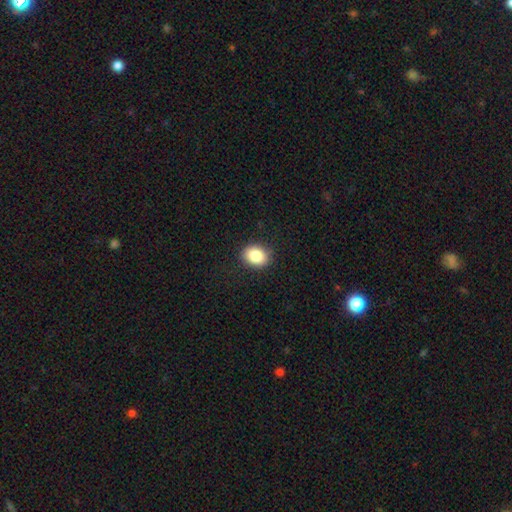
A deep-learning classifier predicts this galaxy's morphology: Smooth or featured?
  - smooth: 86% *
  - star or artifact: 9%
  - featured or disk: 5%
How rounded?
  - in between: 53% *
  - round: 46%
  - cigar-shaped: 1%
Merging?
  - none: 89% *
  - minor disturbance: 8%
  - major disturbance: 2%
  - merger: 1%